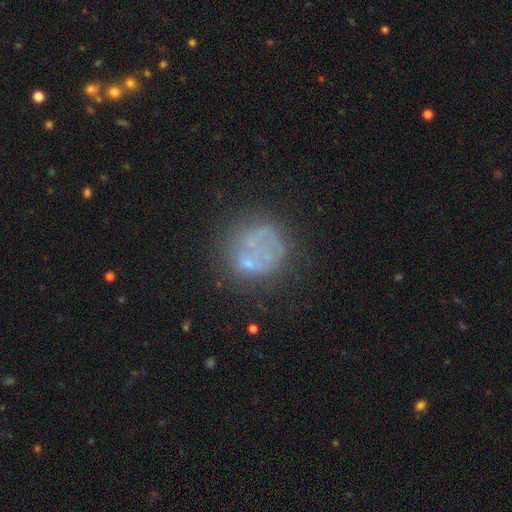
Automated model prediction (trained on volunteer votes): Overall: featured or disk (44%; smooth 38%). Merging: none (55%; major disturbance 18%).